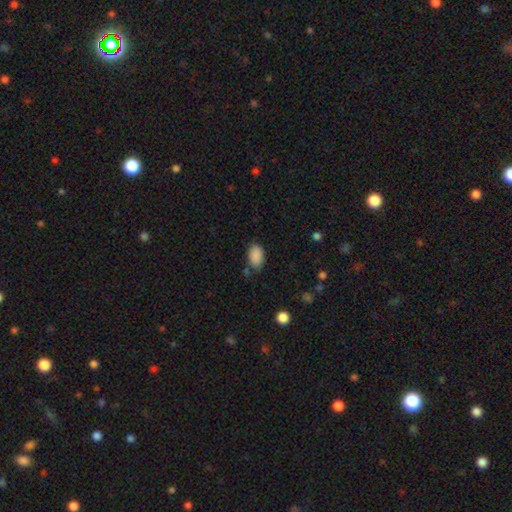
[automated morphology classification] Q: Smooth or featured?
A: smooth (88%); runner-up: star or artifact (8%)
Q: How rounded?
A: in between (90%); runner-up: round (9%)
Q: Merging?
A: none (74%); runner-up: minor disturbance (18%)